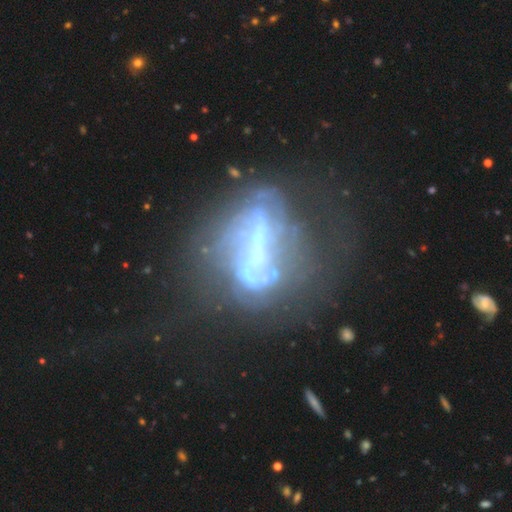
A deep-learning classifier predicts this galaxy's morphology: smooth-or-featured: featured or disk: 75% | star or artifact: 13% | smooth: 11%
  disk-edge-on: no: 89% | yes: 11%
    bar: strong: 52% | no: 25% | weak: 23%
    has-spiral-arms: yes: 59% | no: 41%
    bulge-size: small: 38% | none: 33% | moderate: 21% | large: 5% | dominant: 3%
  merging: none: 37% | major disturbance: 35% | minor disturbance: 17% | merger: 11%